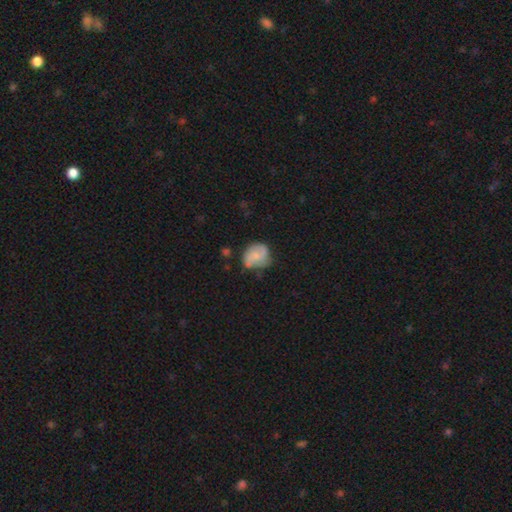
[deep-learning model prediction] Q: Smooth or featured?
A: smooth (52%); runner-up: featured or disk (40%)
Q: How rounded?
A: round (66%); runner-up: in between (33%)
Q: Merging?
A: none (51%); runner-up: minor disturbance (32%)